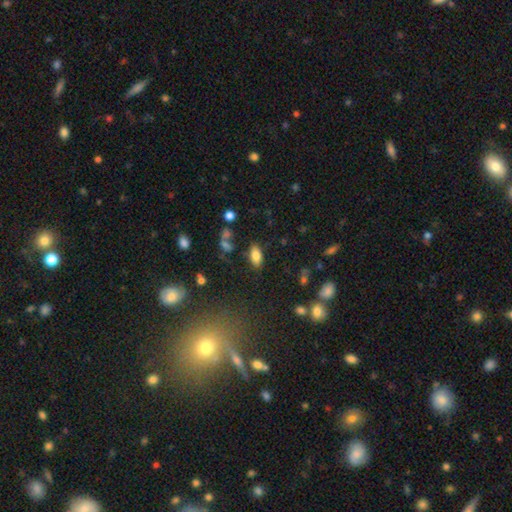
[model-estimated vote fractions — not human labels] Smooth or featured?
  - smooth: 81% *
  - featured or disk: 10%
  - star or artifact: 9%
How rounded?
  - in between: 91% *
  - cigar-shaped: 6%
  - round: 3%
Merging?
  - none: 82% *
  - minor disturbance: 11%
  - merger: 4%
  - major disturbance: 3%